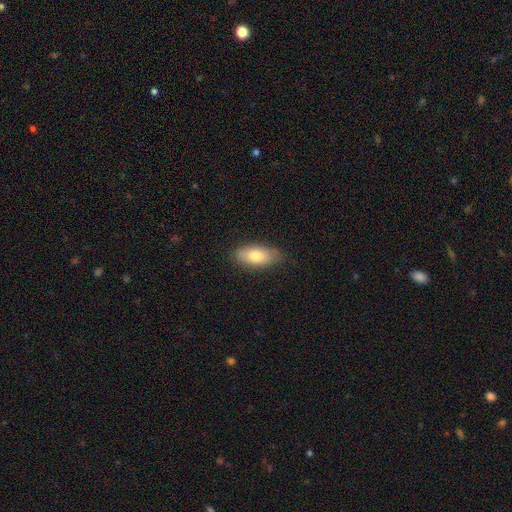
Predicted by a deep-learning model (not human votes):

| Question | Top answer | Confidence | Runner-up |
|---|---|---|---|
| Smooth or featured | smooth | 75% | featured or disk (18%) |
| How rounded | in between | 86% | cigar-shaped (11%) |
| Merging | none | 81% | minor disturbance (15%) |